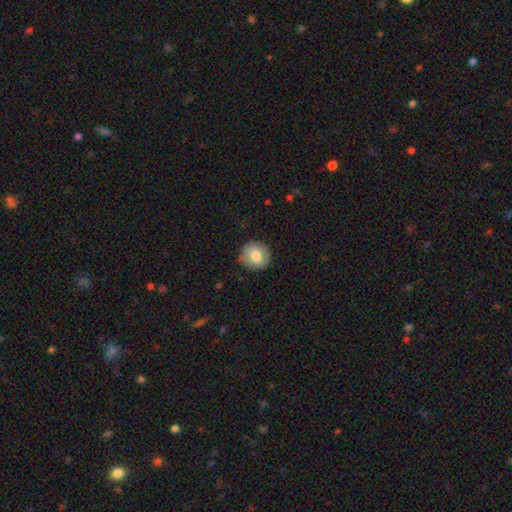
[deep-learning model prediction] smooth 71%, featured or disk 21%, star or artifact 7%. Down the decision tree: how rounded — round (87%); merging — none (84%).